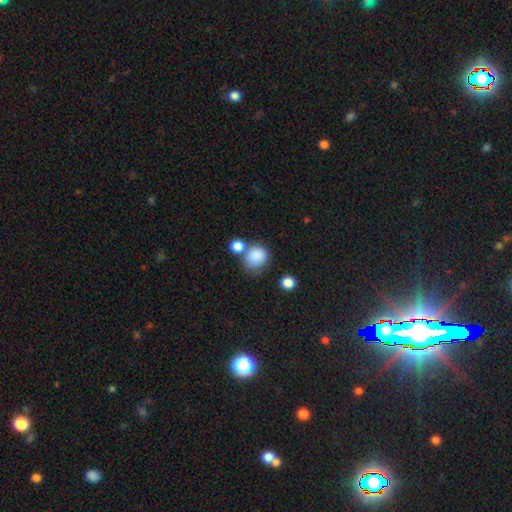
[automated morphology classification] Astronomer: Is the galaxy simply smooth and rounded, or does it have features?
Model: smooth — 85%.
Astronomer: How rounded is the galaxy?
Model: round — 73%.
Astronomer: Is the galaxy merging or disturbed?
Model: none — 51%.